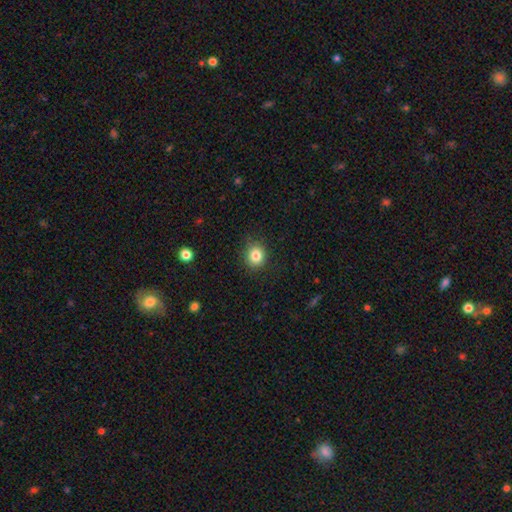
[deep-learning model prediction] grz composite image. It shows a smooth galaxy with no disk features (83%) that is round (81%). Merging: none (86%).